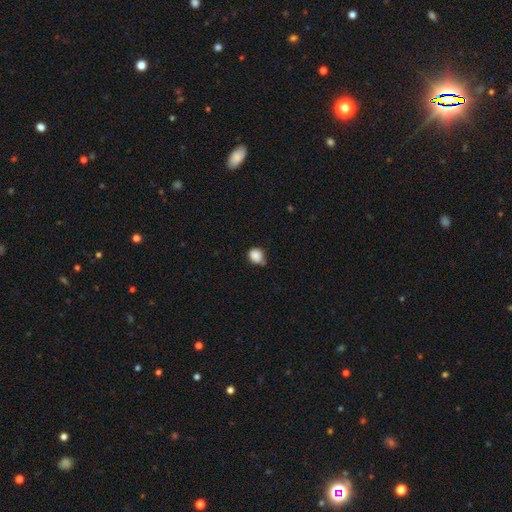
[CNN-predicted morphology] type=smooth (86%); roundness=round (70%); merging=none (56%).